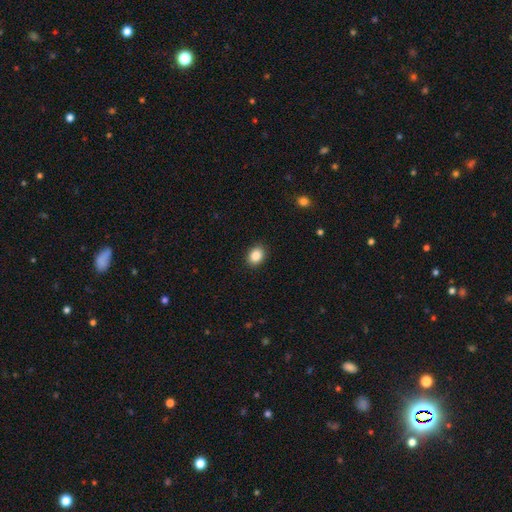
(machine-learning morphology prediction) type=smooth (87%); roundness=in between (65%); merging=none (90%).